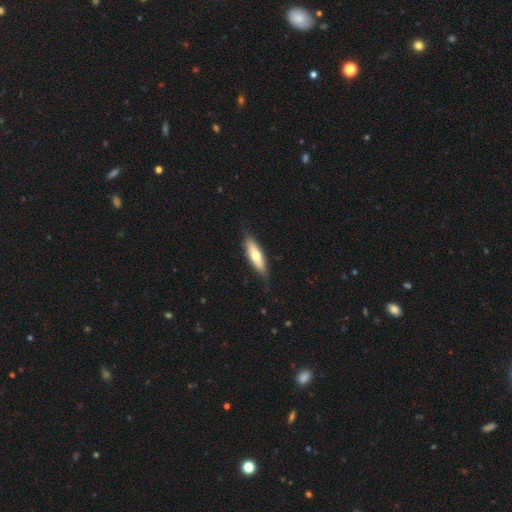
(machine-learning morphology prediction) Smooth or featured? smooth (62%)
How rounded? cigar-shaped (52%)
Merging? none (81%)